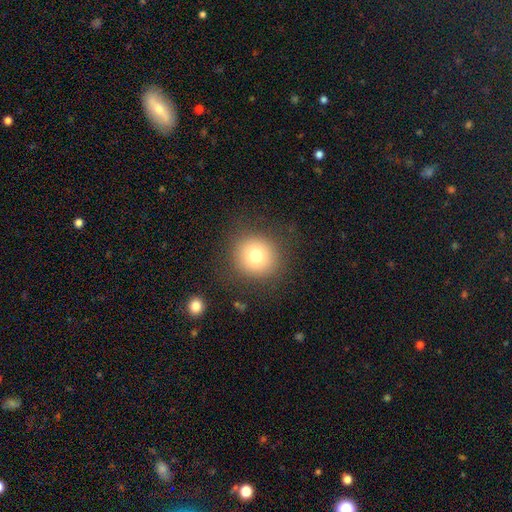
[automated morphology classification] A smooth galaxy with no disk features (75%) that is round (91%).

Vote fractions:
- Smooth or featured? smooth: 75% / star or artifact: 13% / featured or disk: 12%
- How rounded? round: 91% / in between: 8% / cigar-shaped: 1%
- Merging? none: 85% / minor disturbance: 9% / major disturbance: 5% / merger: 1%